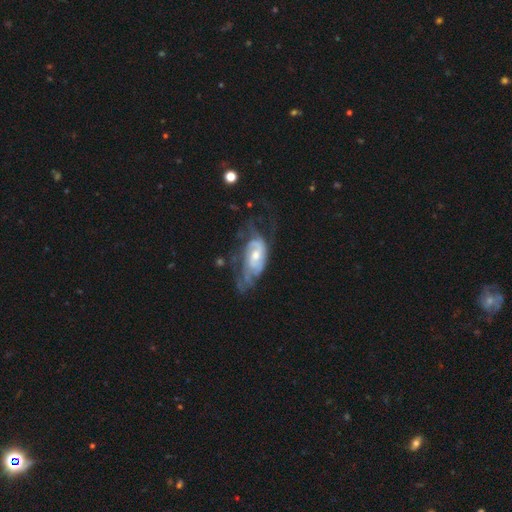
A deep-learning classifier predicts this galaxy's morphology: Smooth or featured: featured or disk — 76% (smooth — 18%)
Edge-on disk: no — 93% (yes — 7%)
Bar: no — 61% (weak — 32%)
Spiral arms: yes — 83% (no — 17%)
Spiral winding: tight — 43% (medium — 38%)
Spiral arm count: can't tell — 41% (2 — 38%)
Bulge size: moderate — 60% (small — 28%)
Merging: none — 37% (major disturbance — 35%)